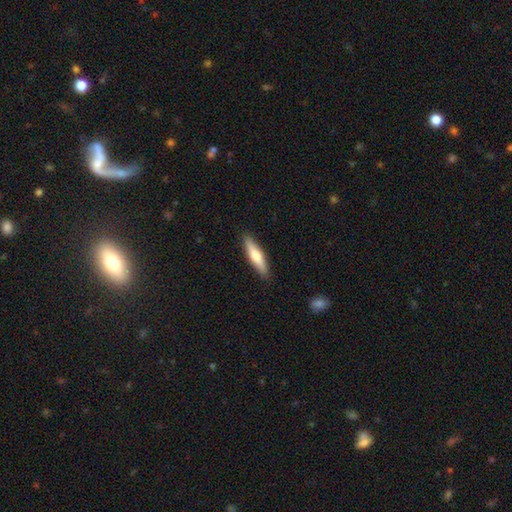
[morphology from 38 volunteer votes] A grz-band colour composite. It shows a smooth galaxy with no disk features (68%) that is cigar-shaped (88%). Merging: none (97%).